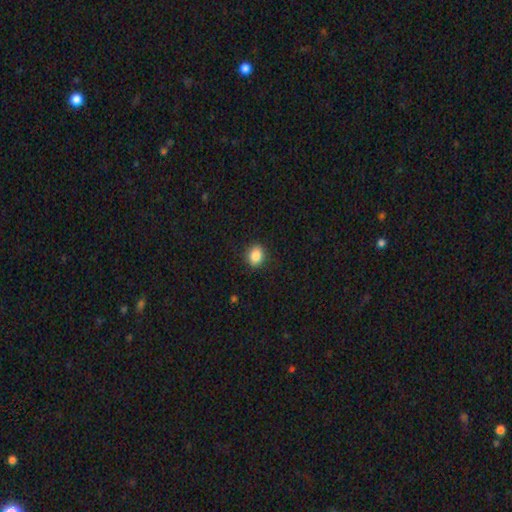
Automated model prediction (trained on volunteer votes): smooth-or-featured: smooth: 86% | star or artifact: 9% | featured or disk: 4%
  how-rounded: round: 57% | in between: 42% | cigar-shaped: 1%
  merging: none: 88% | minor disturbance: 8% | major disturbance: 2% | merger: 1%